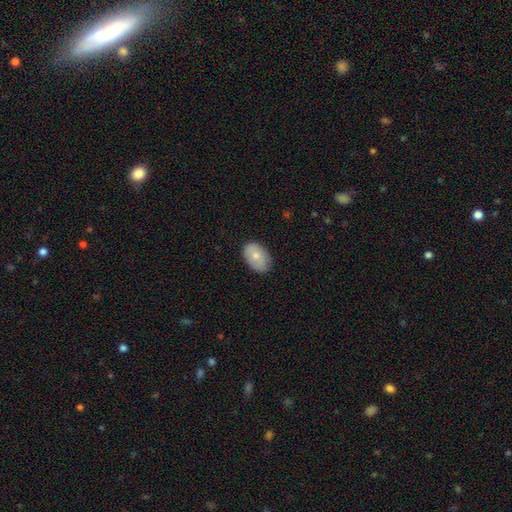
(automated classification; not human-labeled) This appears to be a smooth galaxy with no disk features (75%) that is in between round and cigar-shaped (88%). Merging: none (79%).